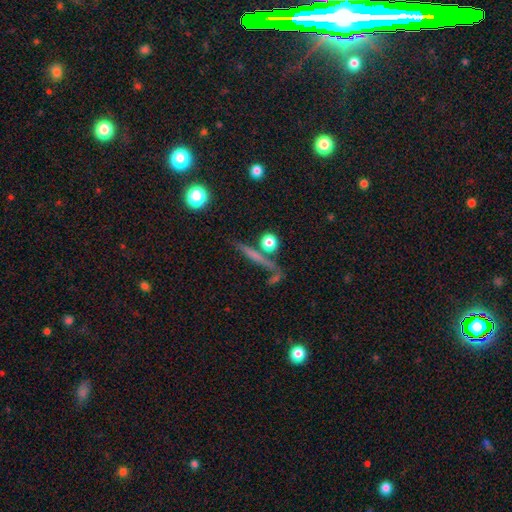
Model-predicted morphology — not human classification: A smooth galaxy with no disk features (47%).

Vote fractions:
- Smooth or featured? smooth: 47% / featured or disk: 40% / star or artifact: 14%
- Merging? none: 74% / merger: 11% / minor disturbance: 11% / major disturbance: 5%